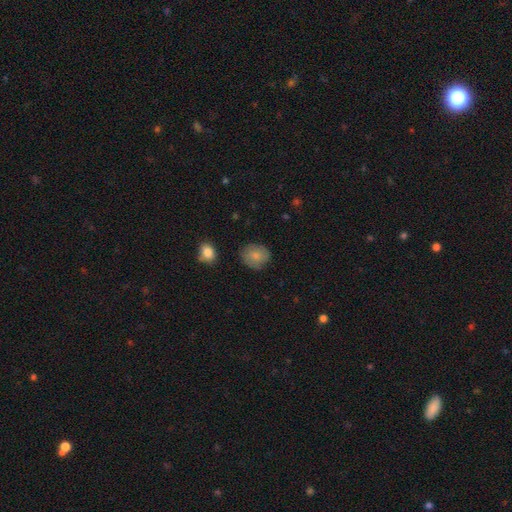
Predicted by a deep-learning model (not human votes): The model was most divided on "how rounded": round: 74%, in between: 25%, cigar-shaped: 1%. More confident: smooth or featured — smooth (80%); merging — none (79%).